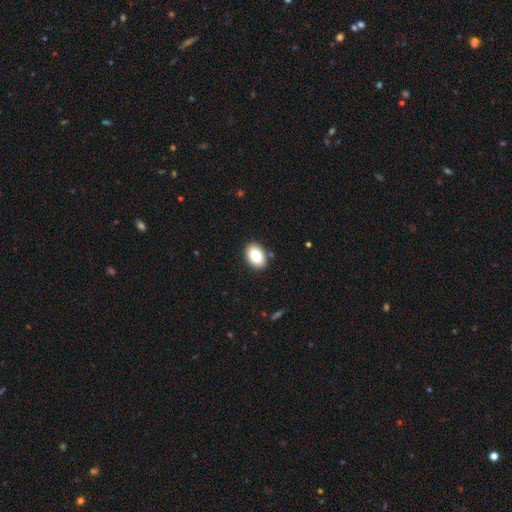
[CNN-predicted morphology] smooth_or_featured: smooth (p=0.82) [alt: featured or disk p=0.10]
how_rounded: in between (p=0.82) [alt: round p=0.17]
merging: none (p=0.89) [alt: minor disturbance p=0.08]